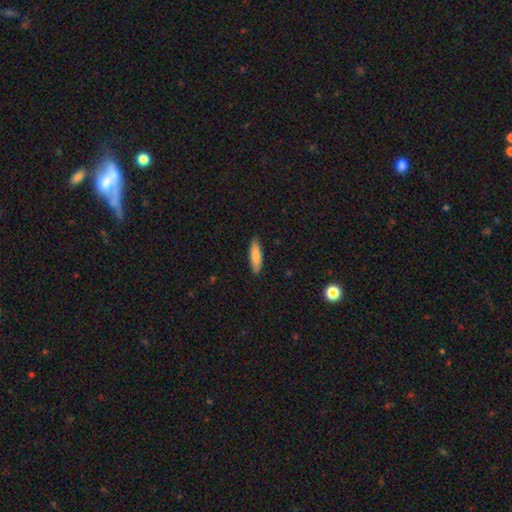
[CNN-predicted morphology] type=smooth (82%); roundness=cigar-shaped (61%); merging=none (87%).